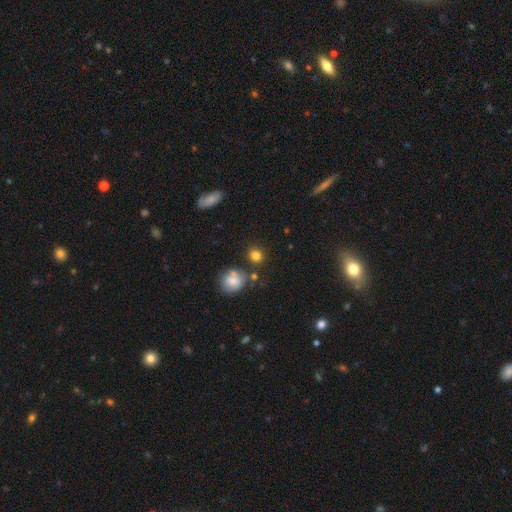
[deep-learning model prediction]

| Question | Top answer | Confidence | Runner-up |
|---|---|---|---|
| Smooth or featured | smooth | 82% | star or artifact (12%) |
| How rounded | round | 79% | in between (20%) |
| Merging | none | 77% | minor disturbance (10%) |